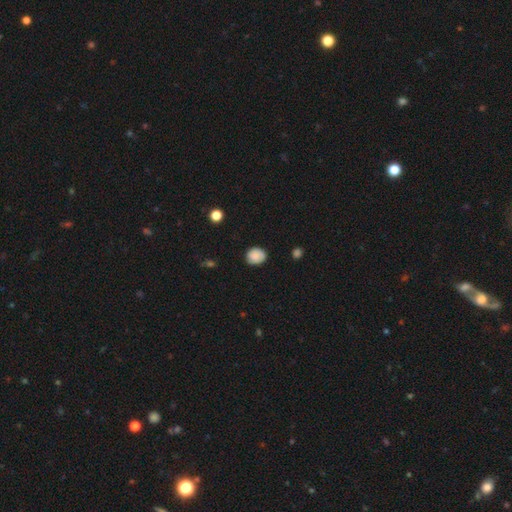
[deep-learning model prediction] Overall: smooth (85%). How rounded: round (72%). Merging: none (79%).